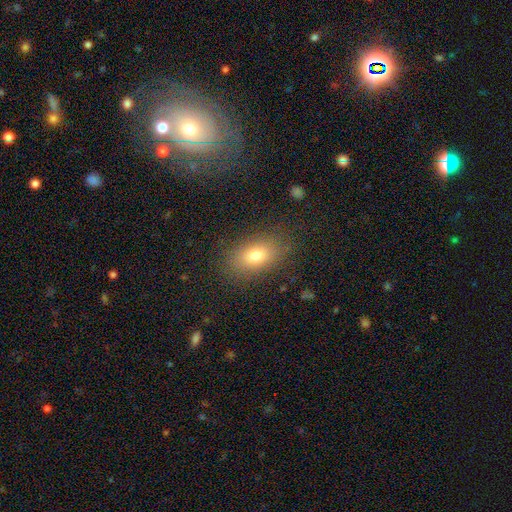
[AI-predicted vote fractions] A smooth galaxy with no disk features (76%) that is in between round and cigar-shaped (86%).

Vote fractions:
- Smooth or featured? smooth: 76% / featured or disk: 13% / star or artifact: 10%
- How rounded? in between: 86% / round: 11% / cigar-shaped: 4%
- Merging? none: 83% / minor disturbance: 11% / major disturbance: 5% / merger: 1%